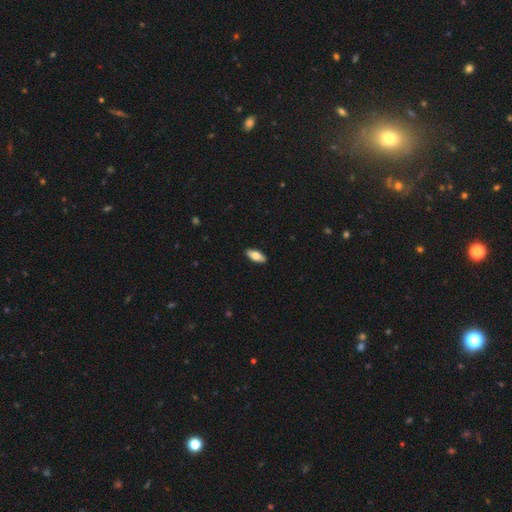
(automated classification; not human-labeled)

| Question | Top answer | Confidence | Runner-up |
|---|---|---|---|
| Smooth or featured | smooth | 71% | featured or disk (24%) |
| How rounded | in between | 82% | cigar-shaped (15%) |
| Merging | none | 90% | minor disturbance (7%) |